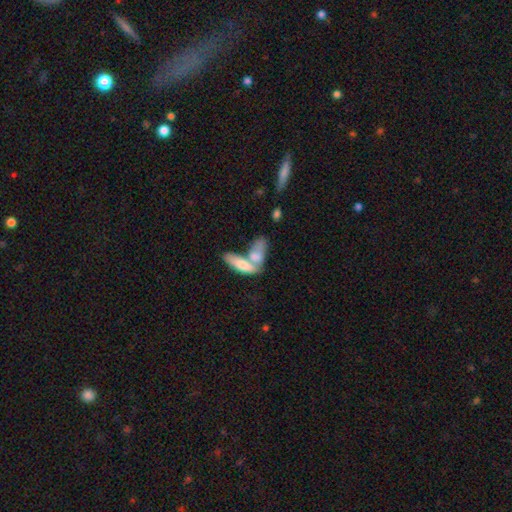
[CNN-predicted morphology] This is likely a smooth galaxy (71%). How rounded: likely in between (71%). Merging: likely merger (63%).